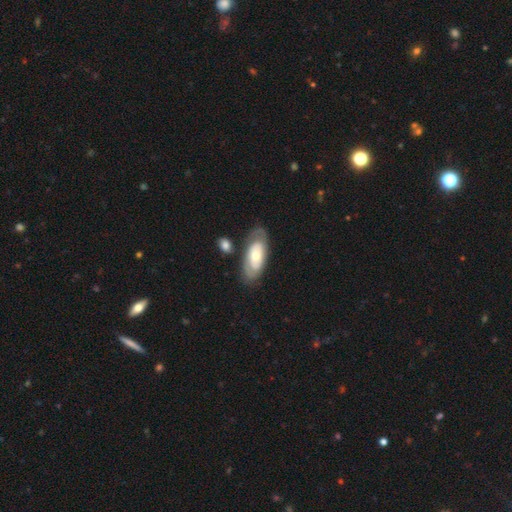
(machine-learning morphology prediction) This appears to be a featured or disk galaxy (54%). Merging: none (66%).